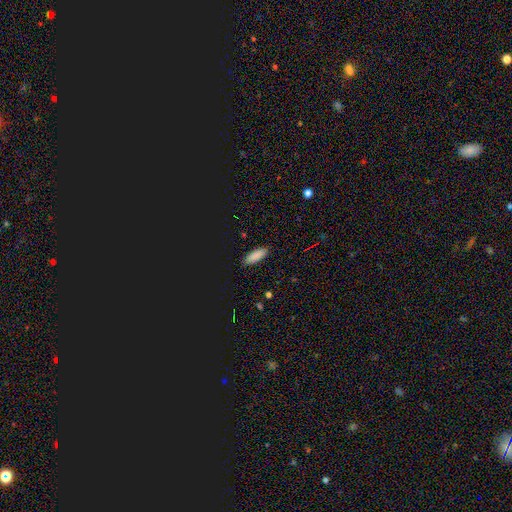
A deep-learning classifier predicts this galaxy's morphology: Smooth or featured?
  - smooth: 85% *
  - star or artifact: 10%
  - featured or disk: 5%
How rounded?
  - in between: 70% *
  - cigar-shaped: 28%
  - round: 2%
Merging?
  - none: 88% *
  - minor disturbance: 9%
  - major disturbance: 2%
  - merger: 1%